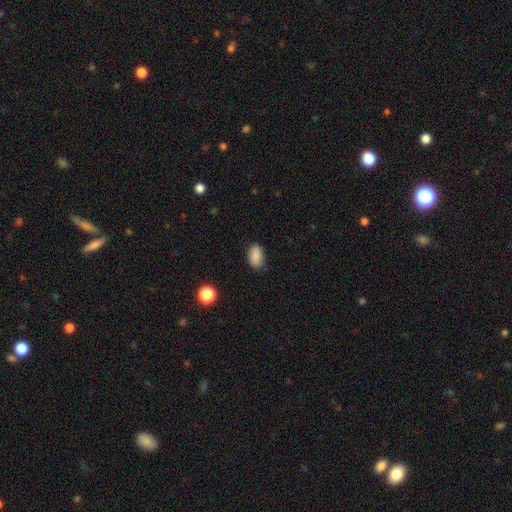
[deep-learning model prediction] Morphology: type=smooth (87%); roundness=in between (90%); merging=none (82%).